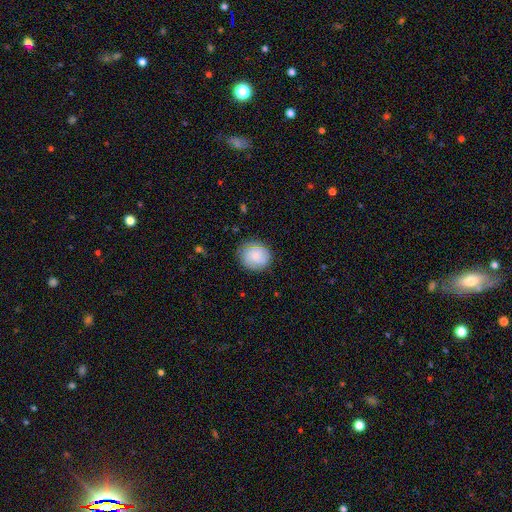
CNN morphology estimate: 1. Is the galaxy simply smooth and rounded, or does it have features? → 70% smooth, 22% featured or disk, 8% star or artifact.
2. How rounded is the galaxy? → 82% round, 17% in between, 1% cigar-shaped.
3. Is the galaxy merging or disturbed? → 79% none, 15% minor disturbance, 4% major disturbance, 1% merger.